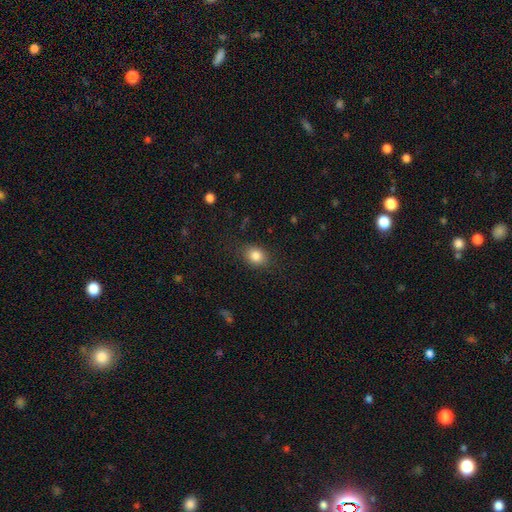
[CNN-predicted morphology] smooth 83%, star or artifact 10%, featured or disk 7%. Down the decision tree: how rounded — in between (50%); merging — none (83%).